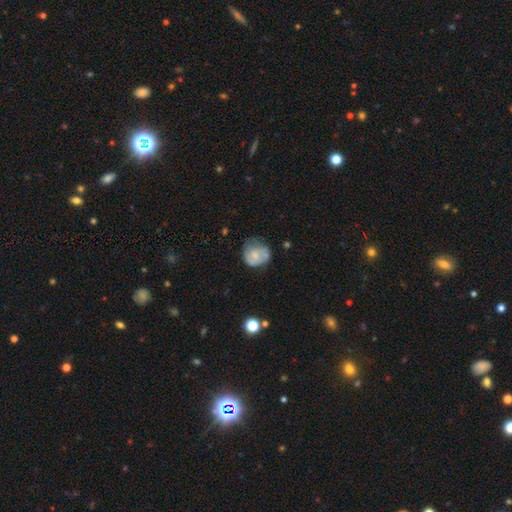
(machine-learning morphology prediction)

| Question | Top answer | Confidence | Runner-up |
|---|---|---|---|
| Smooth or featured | smooth | 60% | featured or disk (32%) |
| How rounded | round | 75% | in between (24%) |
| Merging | none | 43% | minor disturbance (35%) |